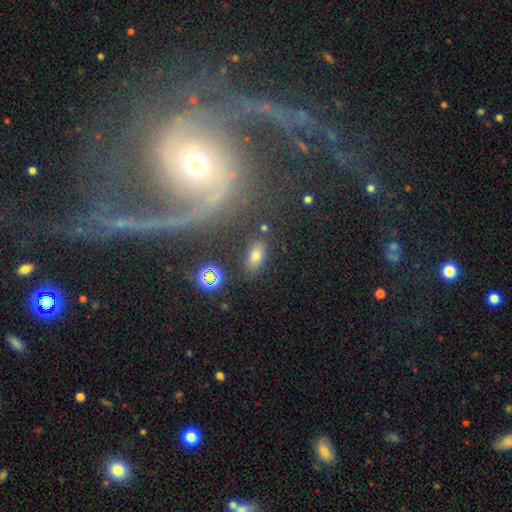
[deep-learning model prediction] A smooth galaxy with no disk features (71%) that is in between round and cigar-shaped (87%). Merging: none (83%).